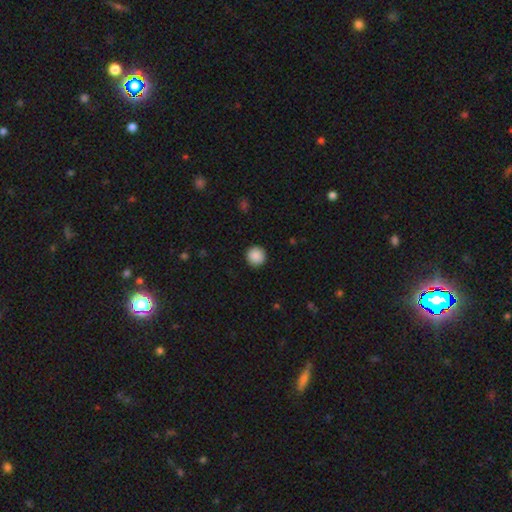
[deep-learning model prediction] Smooth or featured? Predicted: smooth (p=0.90). How rounded? Predicted: round (p=0.95). Merging? Predicted: none (p=0.93).